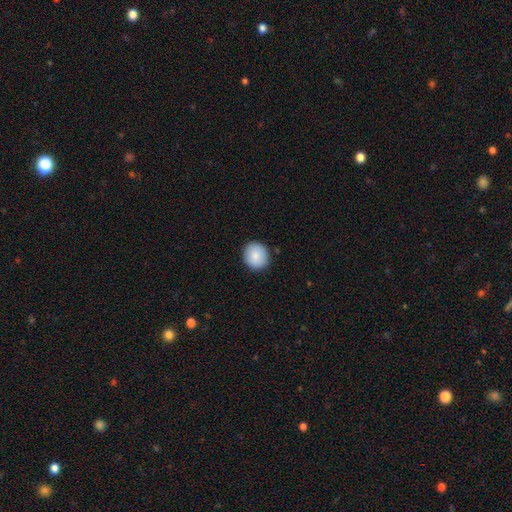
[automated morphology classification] The model was most divided on "how rounded": round: 86%, in between: 13%, cigar-shaped: 1%. More confident: merging — none (89%); smooth or featured — smooth (86%).